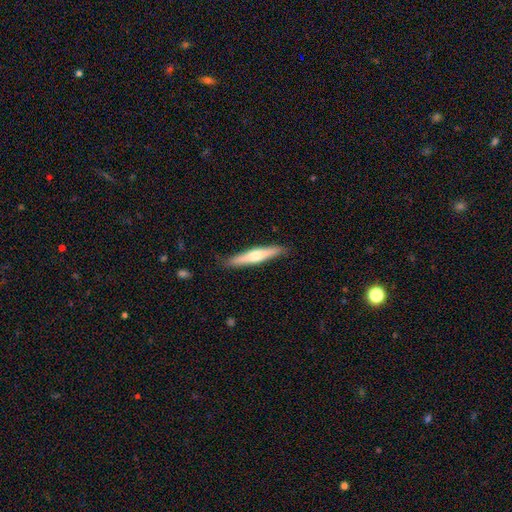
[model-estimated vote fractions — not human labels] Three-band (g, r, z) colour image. It shows a smooth galaxy with no disk features (48%). Merging: none (88%).